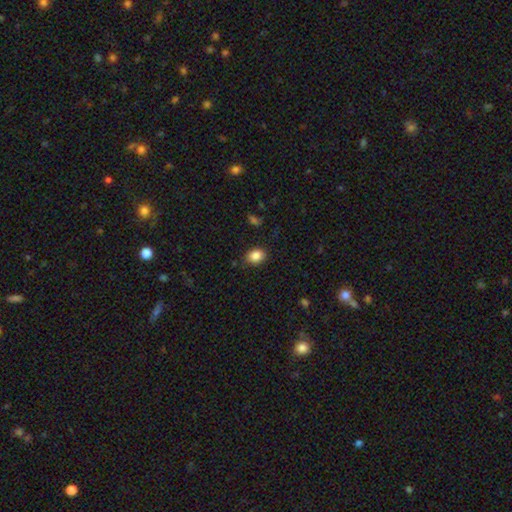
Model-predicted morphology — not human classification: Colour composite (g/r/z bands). It shows a smooth galaxy with no disk features (87%) that is in between round and cigar-shaped (62%). Merging: none (85%).